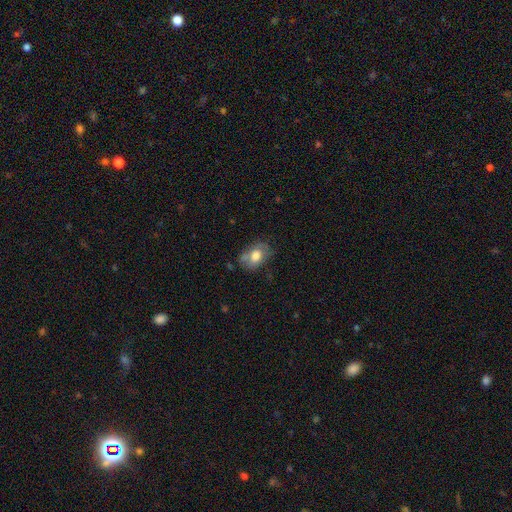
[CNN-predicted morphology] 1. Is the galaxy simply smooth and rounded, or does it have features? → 70% smooth, 22% featured or disk, 8% star or artifact.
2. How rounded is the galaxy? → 80% in between, 19% round, 1% cigar-shaped.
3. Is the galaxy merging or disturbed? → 58% none, 28% minor disturbance, 9% major disturbance, 6% merger.